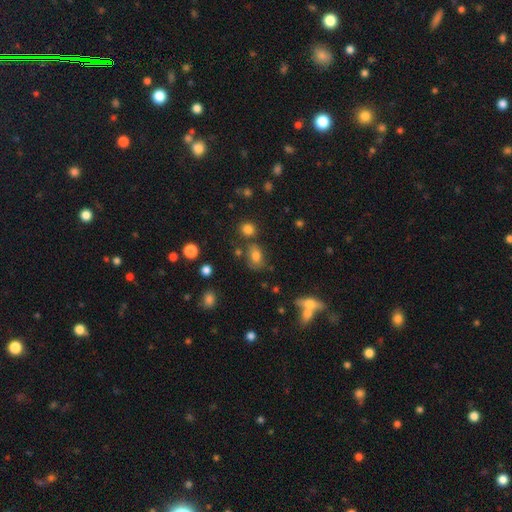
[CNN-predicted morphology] Smooth or featured: smooth — 77% (star or artifact — 13%)
How rounded: in between — 73% (round — 25%)
Merging: none — 66% (minor disturbance — 19%)